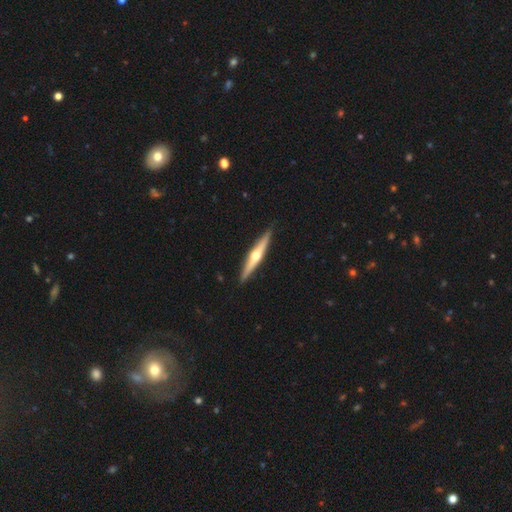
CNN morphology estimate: smooth-or-featured: featured or disk: 70% | smooth: 25% | star or artifact: 5%
  disk-edge-on: yes: 98% | no: 2%
    edge-on-bulge: rounded: 93% | none: 4% | boxy: 3%
  merging: none: 91% | minor disturbance: 7% | major disturbance: 1% | merger: 1%